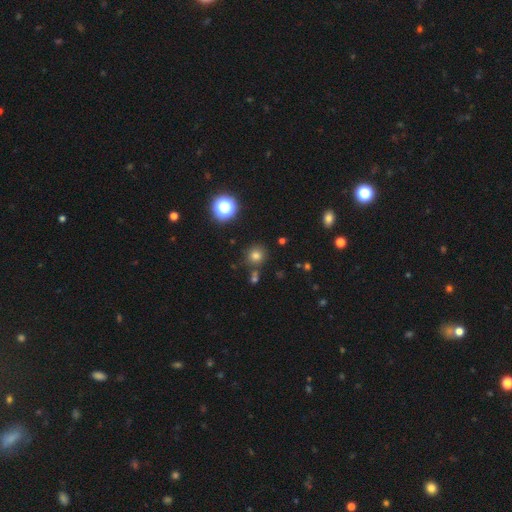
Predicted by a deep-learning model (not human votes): This is likely a smooth galaxy (75%). How rounded: clearly round (91%). Merging: clearly none (80%).